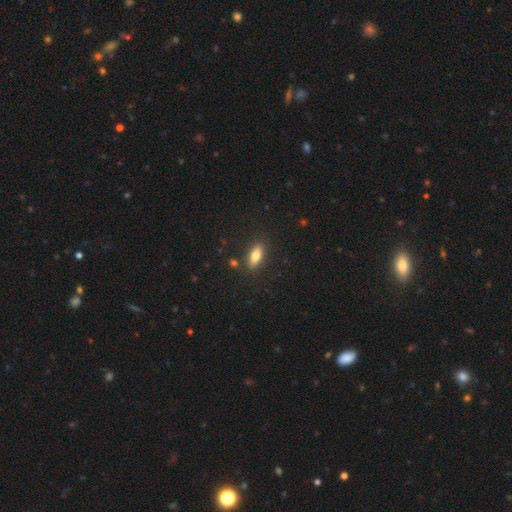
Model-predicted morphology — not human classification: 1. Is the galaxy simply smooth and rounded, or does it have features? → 75% smooth, 17% featured or disk, 8% star or artifact.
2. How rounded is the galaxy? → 75% in between, 22% cigar-shaped, 3% round.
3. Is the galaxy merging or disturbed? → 85% none, 10% minor disturbance, 3% merger, 3% major disturbance.